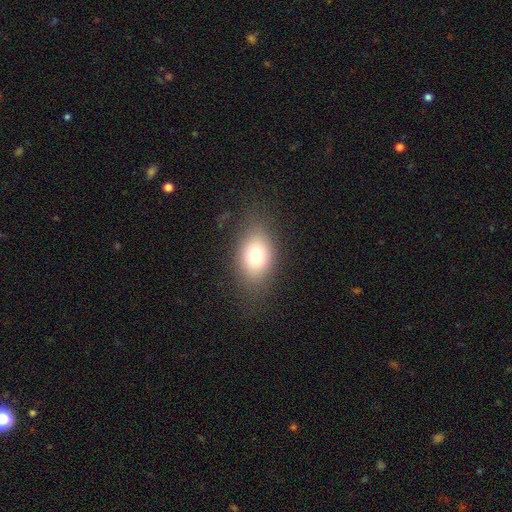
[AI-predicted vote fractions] Smooth or featured?
  - smooth: 73% *
  - featured or disk: 15%
  - star or artifact: 13%
How rounded?
  - in between: 75% *
  - round: 24%
  - cigar-shaped: 1%
Merging?
  - none: 80% *
  - minor disturbance: 13%
  - major disturbance: 6%
  - merger: 1%